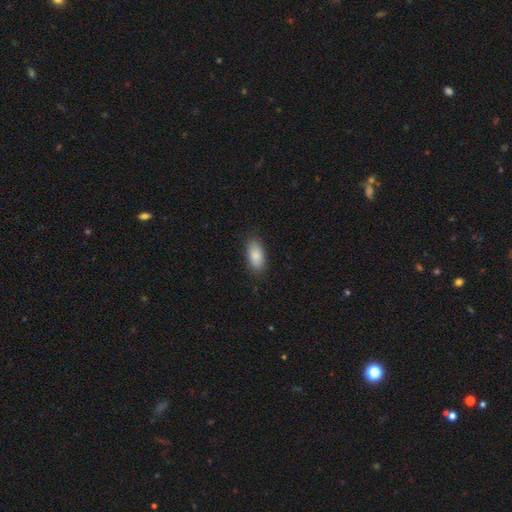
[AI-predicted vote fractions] Morphology: type=smooth (87%); roundness=in between (91%); merging=none (84%).